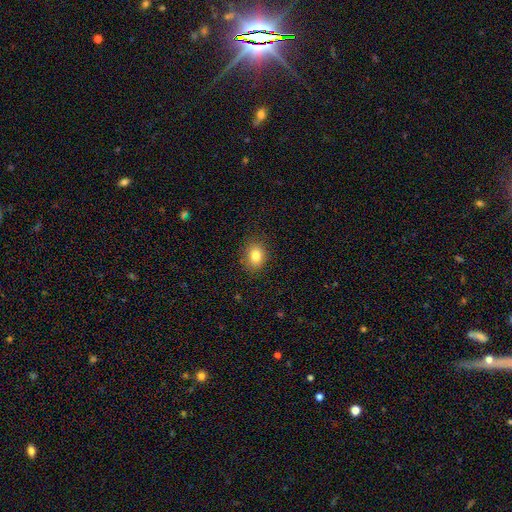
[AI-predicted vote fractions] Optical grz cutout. It shows a smooth galaxy with no disk features (82%) that is in between round and cigar-shaped (60%). Merging: none (85%).